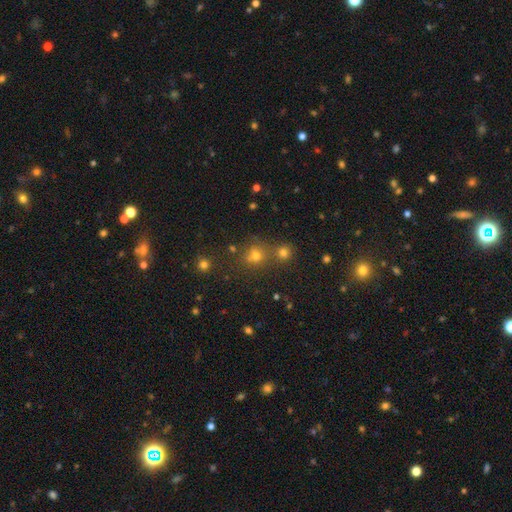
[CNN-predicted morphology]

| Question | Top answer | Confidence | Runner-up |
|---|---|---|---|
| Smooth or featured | smooth | 59% | star or artifact (31%) |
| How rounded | round | 82% | in between (17%) |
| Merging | none | 58% | merger (29%) |